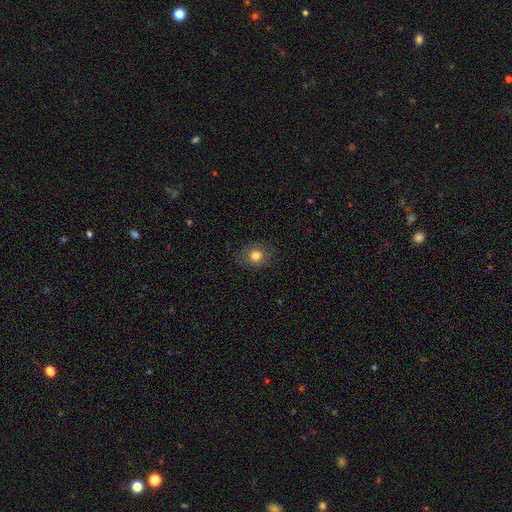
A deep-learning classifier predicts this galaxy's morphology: A smooth galaxy with no disk features (78%) that is round (69%). Merging: none (83%).